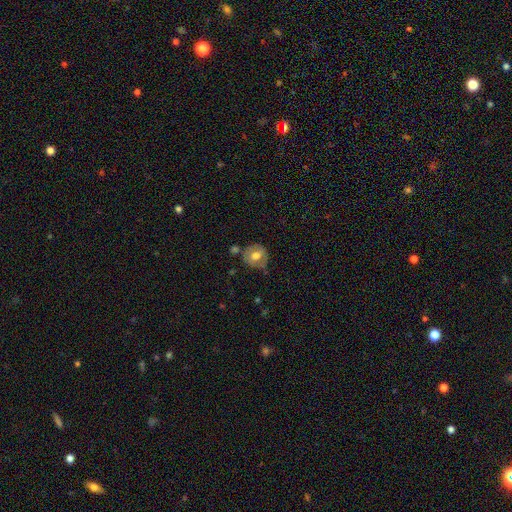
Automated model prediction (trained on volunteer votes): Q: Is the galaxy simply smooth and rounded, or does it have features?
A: smooth — 55%.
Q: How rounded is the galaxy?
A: round — 79%.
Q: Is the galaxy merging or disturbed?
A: none — 63%.